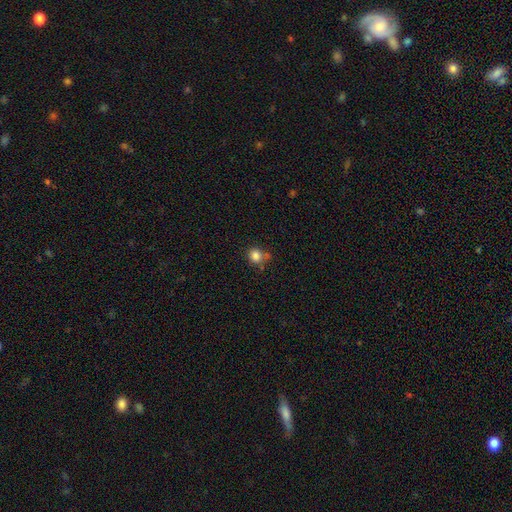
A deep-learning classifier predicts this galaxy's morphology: A smooth galaxy with no disk features (83%) that is round (82%). Merging: none (64%).